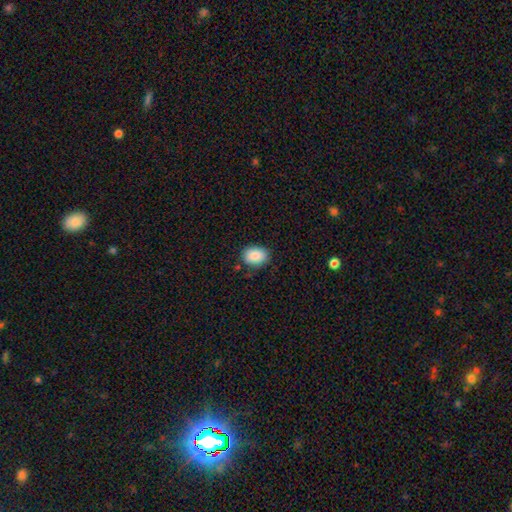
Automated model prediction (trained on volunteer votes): smooth 89%, star or artifact 7%, featured or disk 4%. Down the decision tree: how rounded — in between (74%); merging — none (82%).